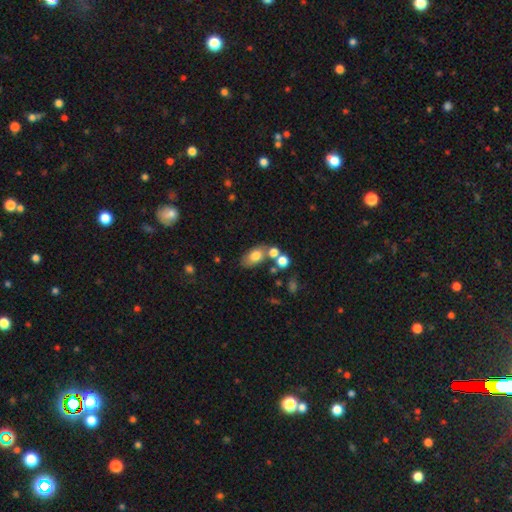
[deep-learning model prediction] Overall: smooth (74%). How rounded: in between (84%). Merging: none (53%; merger 25%).